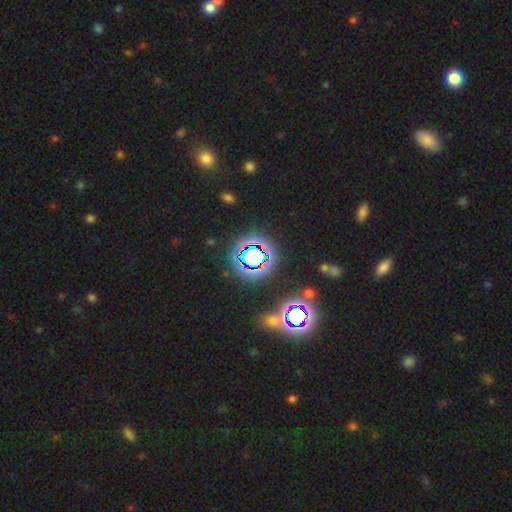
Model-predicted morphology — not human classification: This is likely a star or artifact rather than a galaxy (76%).